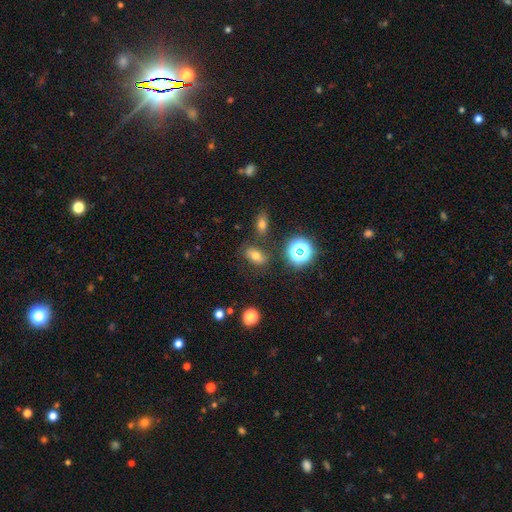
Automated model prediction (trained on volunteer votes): A smooth galaxy with no disk features (67%) that is in between round and cigar-shaped (81%).

Vote fractions:
- Smooth or featured? smooth: 67% / star or artifact: 21% / featured or disk: 12%
- How rounded? in between: 81% / round: 16% / cigar-shaped: 3%
- Merging? none: 77% / minor disturbance: 12% / merger: 7% / major disturbance: 4%